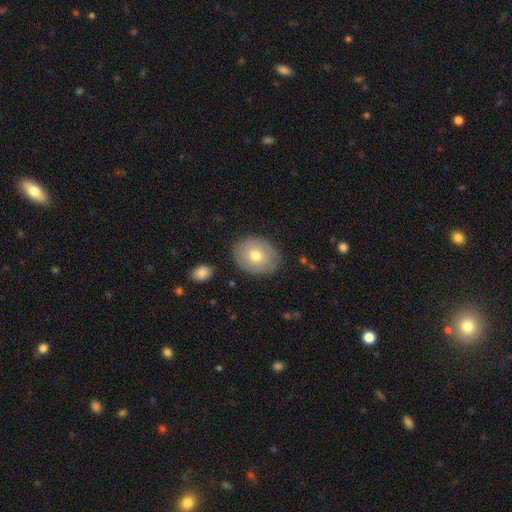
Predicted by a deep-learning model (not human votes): smooth 64%, featured or disk 29%, star or artifact 7%. Down the decision tree: how rounded — in between (50%); merging — none (84%).